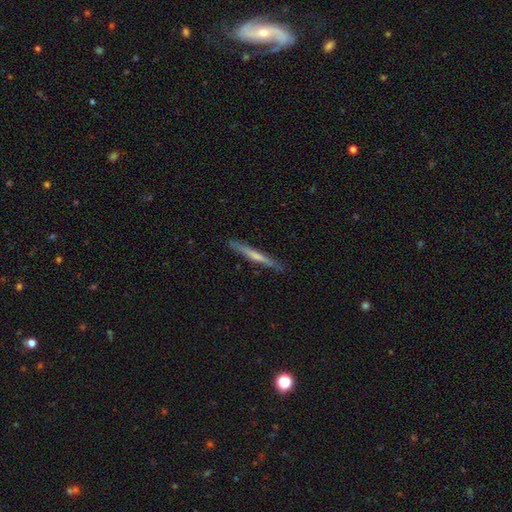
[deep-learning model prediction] Q: Smooth or featured?
A: featured or disk (48%); runner-up: smooth (46%)
Q: Merging?
A: none (89%); runner-up: minor disturbance (9%)